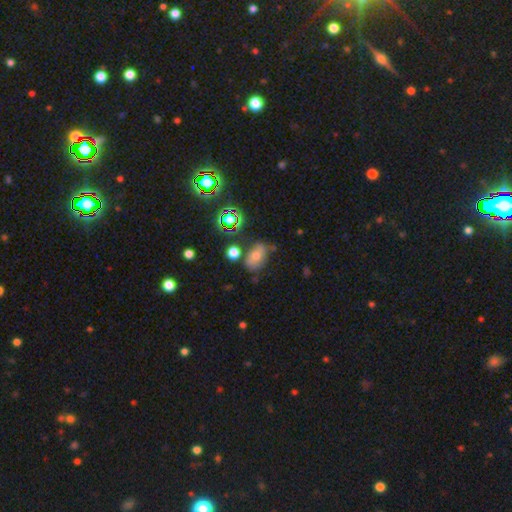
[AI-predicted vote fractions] Smooth or featured?
  - smooth: 50% *
  - featured or disk: 26%
  - star or artifact: 24%
How rounded?
  - in between: 77% *
  - round: 21%
  - cigar-shaped: 2%
Merging?
  - none: 62% *
  - minor disturbance: 22%
  - merger: 8%
  - major disturbance: 8%